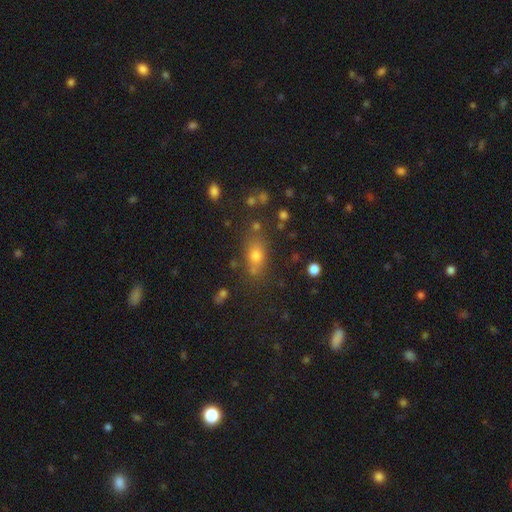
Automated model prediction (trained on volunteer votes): Q: Smooth or featured?
A: smooth (70%); runner-up: star or artifact (17%)
Q: How rounded?
A: in between (65%); runner-up: round (26%)
Q: Merging?
A: none (69%); runner-up: minor disturbance (16%)